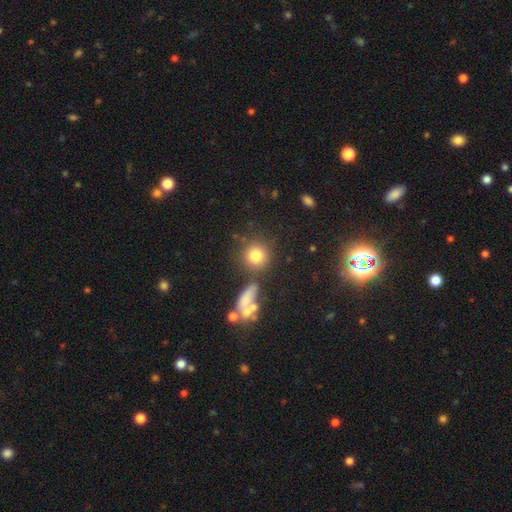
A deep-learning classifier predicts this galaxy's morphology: Q: Smooth or featured?
A: smooth (78%); runner-up: star or artifact (12%)
Q: How rounded?
A: round (89%); runner-up: in between (9%)
Q: Merging?
A: none (68%); runner-up: merger (15%)